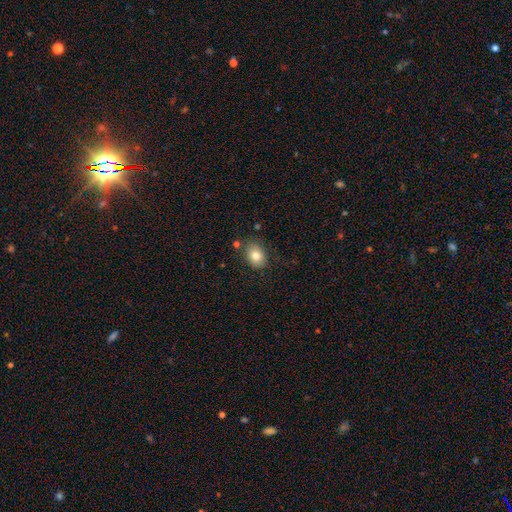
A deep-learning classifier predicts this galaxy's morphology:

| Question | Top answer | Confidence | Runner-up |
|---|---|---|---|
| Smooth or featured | smooth | 81% | featured or disk (10%) |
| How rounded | in between | 69% | round (30%) |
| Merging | none | 80% | minor disturbance (13%) |